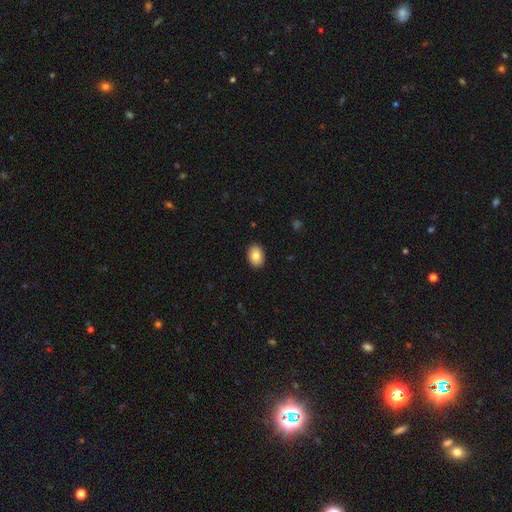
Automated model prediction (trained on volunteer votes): A smooth galaxy with no disk features (83%) that is in between round and cigar-shaped (77%).

Vote fractions:
- Smooth or featured? smooth: 83% / featured or disk: 9% / star or artifact: 8%
- How rounded? in between: 77% / round: 22% / cigar-shaped: 1%
- Merging? none: 90% / minor disturbance: 7% / major disturbance: 2% / merger: 1%